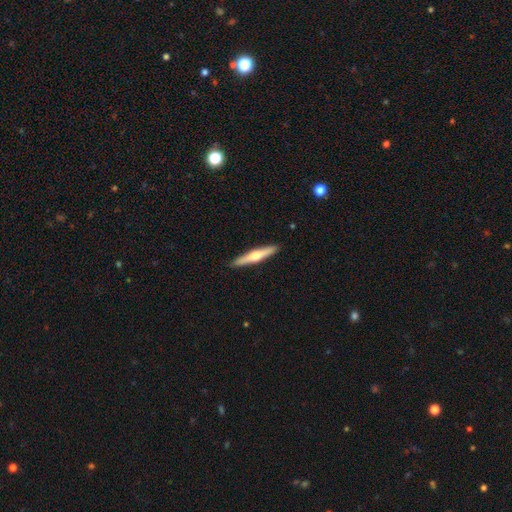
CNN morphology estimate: smooth_or_featured: featured or disk (p=0.57) [alt: smooth p=0.39]
disk_edge_on: yes (p=0.96) [alt: no p=0.04]
edge_on_bulge: rounded (p=0.92) [alt: none p=0.05]
merging: none (p=0.91) [alt: minor disturbance p=0.06]